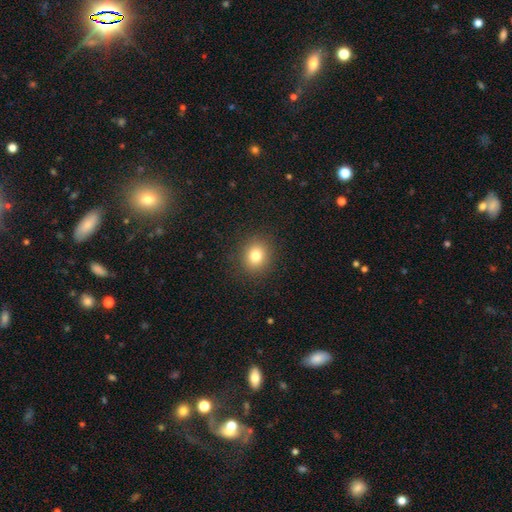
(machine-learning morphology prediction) smooth_or_featured: smooth (p=0.80) [alt: star or artifact p=0.12]
how_rounded: round (p=0.75) [alt: in between p=0.25]
merging: none (p=0.89) [alt: minor disturbance p=0.07]